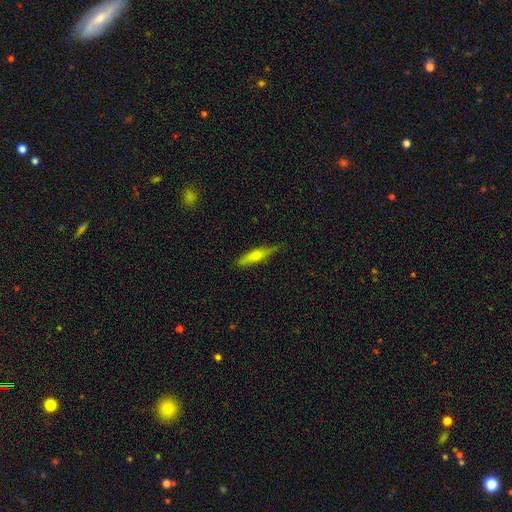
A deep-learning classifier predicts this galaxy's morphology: smooth 50%, featured or disk 44%, star or artifact 7%. Down the decision tree: merging — none (79%).